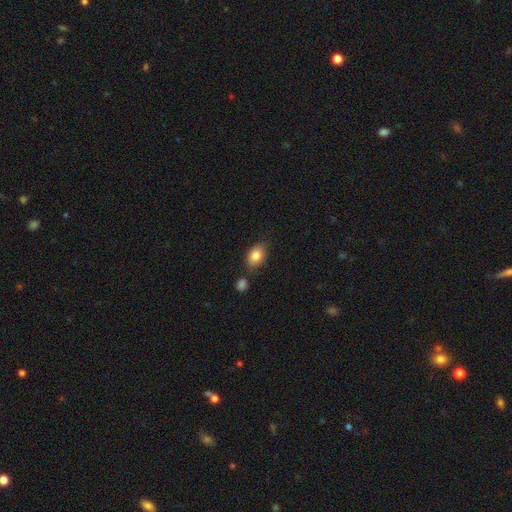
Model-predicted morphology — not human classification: The model was most divided on "merging": none: 72%, minor disturbance: 15%, merger: 9%, major disturbance: 3%. More confident: how rounded — in between (85%); smooth or featured — smooth (83%).